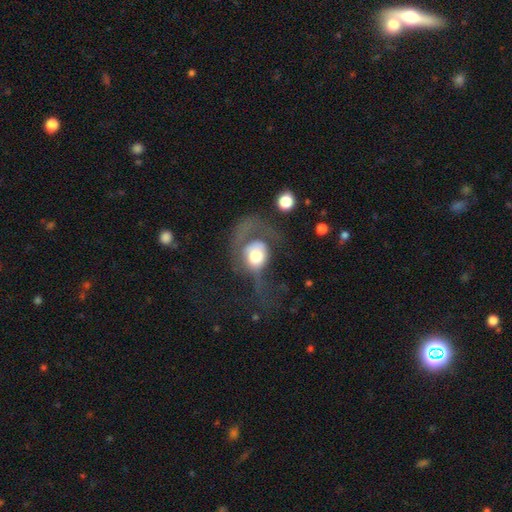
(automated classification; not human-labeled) Smooth or featured?
  - featured or disk: 47% *
  - smooth: 45%
  - star or artifact: 9%
Merging?
  - major disturbance: 61% *
  - none: 20%
  - minor disturbance: 15%
  - merger: 5%